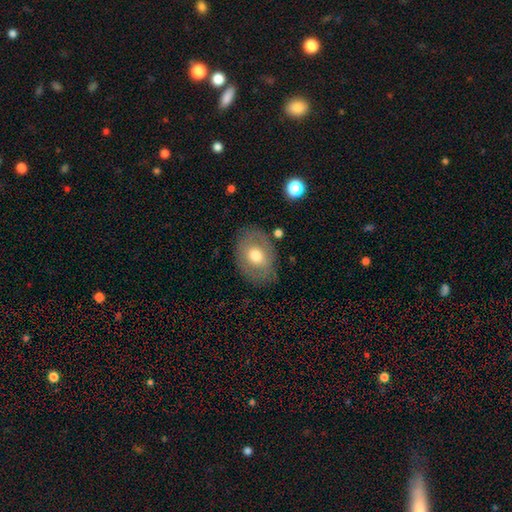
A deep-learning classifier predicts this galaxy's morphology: Q: Smooth or featured?
A: smooth (58%); runner-up: featured or disk (35%)
Q: How rounded?
A: in between (68%); runner-up: round (32%)
Q: Merging?
A: none (77%); runner-up: minor disturbance (16%)